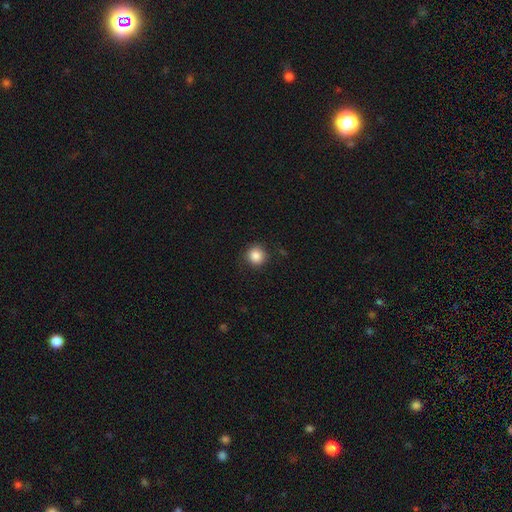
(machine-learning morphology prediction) type=smooth (86%); roundness=round (93%); merging=none (87%).